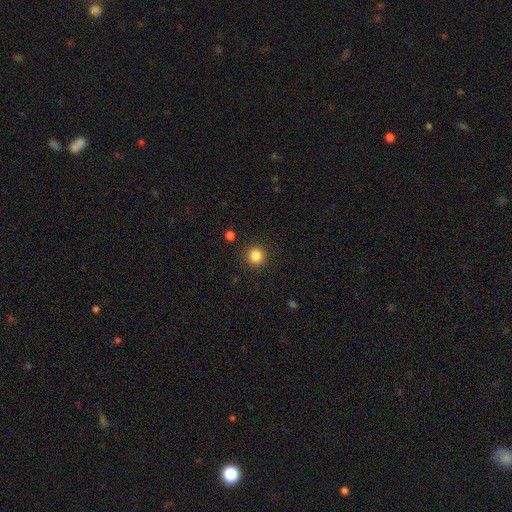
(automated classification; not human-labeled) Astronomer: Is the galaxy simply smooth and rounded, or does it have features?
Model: smooth — 85%.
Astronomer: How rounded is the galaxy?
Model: round — 94%.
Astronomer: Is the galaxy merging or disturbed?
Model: none — 90%.